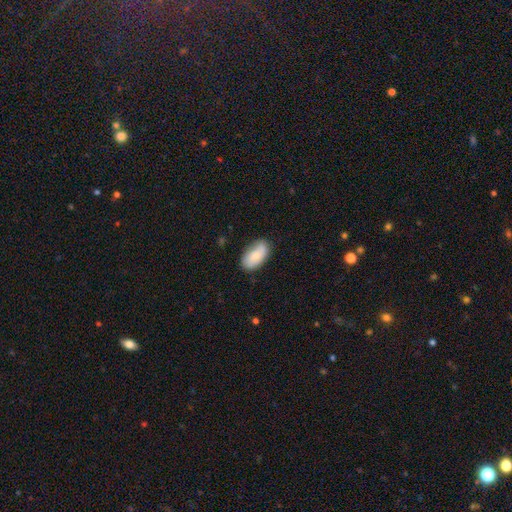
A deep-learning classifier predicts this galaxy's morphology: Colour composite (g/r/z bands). It shows a smooth galaxy with no disk features (78%) that is in between round and cigar-shaped (94%). Merging: none (77%).